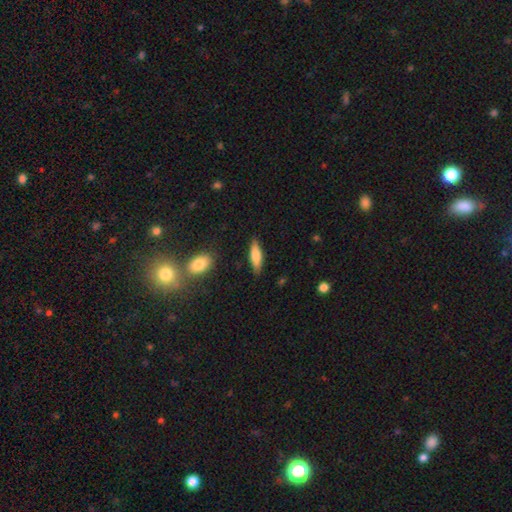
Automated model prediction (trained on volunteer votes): The model was most divided on "how rounded": cigar-shaped: 58%, in between: 40%, round: 2%. More confident: merging — none (83%); smooth or featured — smooth (73%).